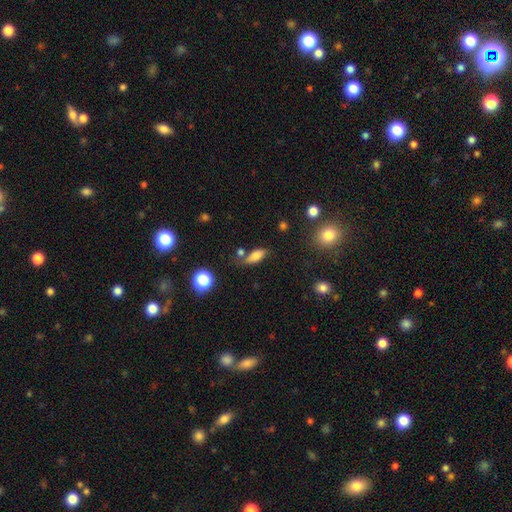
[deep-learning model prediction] smooth-or-featured: smooth: 74% | featured or disk: 16% | star or artifact: 11%
  how-rounded: in between: 74% | cigar-shaped: 21% | round: 5%
  merging: none: 65% | minor disturbance: 18% | merger: 12% | major disturbance: 6%